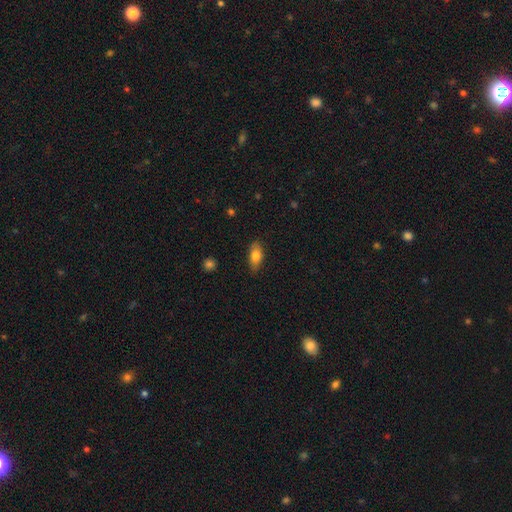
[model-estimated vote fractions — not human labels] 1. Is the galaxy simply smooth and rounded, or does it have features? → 77% smooth, 15% featured or disk, 7% star or artifact.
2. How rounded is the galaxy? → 85% in between, 11% cigar-shaped, 4% round.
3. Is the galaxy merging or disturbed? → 84% none, 13% minor disturbance, 2% major disturbance, 1% merger.